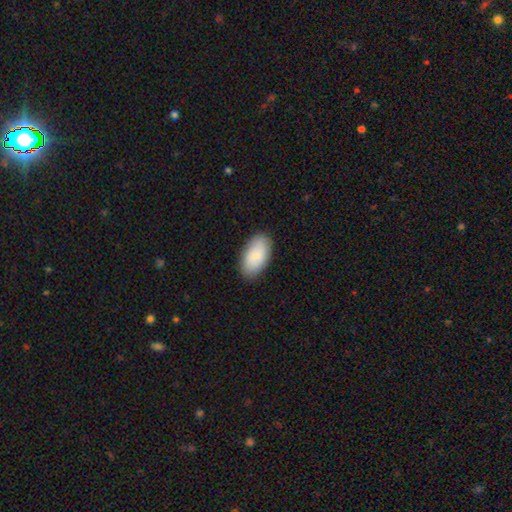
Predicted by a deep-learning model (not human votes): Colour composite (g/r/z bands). It shows a smooth galaxy with no disk features (83%) that is in between round and cigar-shaped (95%). Merging: none (87%).